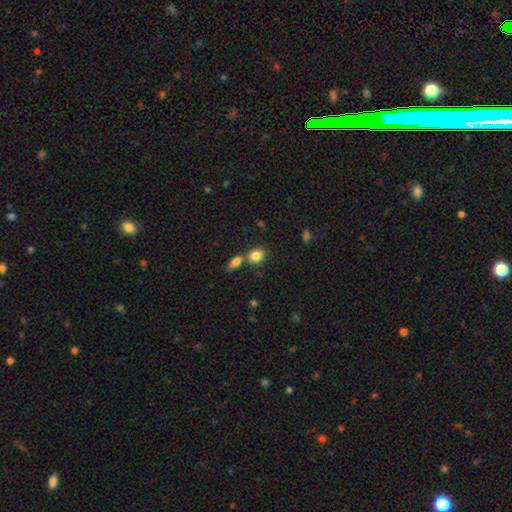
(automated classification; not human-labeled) Smooth or featured: smooth — 84% (star or artifact — 9%)
How rounded: round — 50% (in between — 48%)
Merging: none — 54% (merger — 33%)